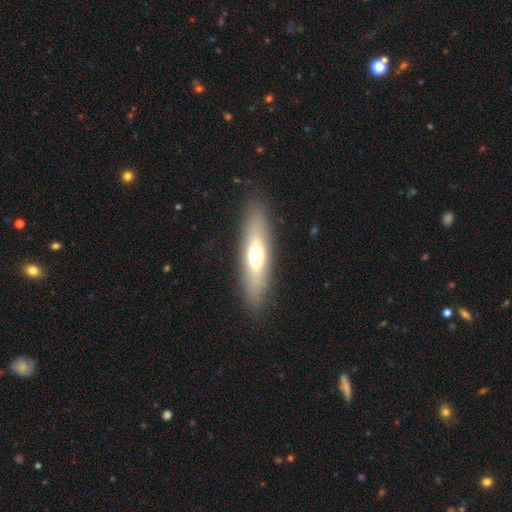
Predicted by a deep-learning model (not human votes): smooth 54%, featured or disk 39%, star or artifact 7%. Down the decision tree: how rounded — cigar-shaped (64%); merging — none (88%).